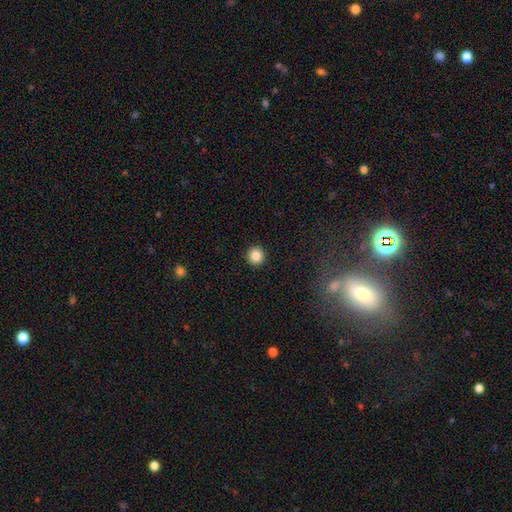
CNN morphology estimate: This appears to be a smooth galaxy with no disk features (86%) that is round (94%). Merging: none (93%).